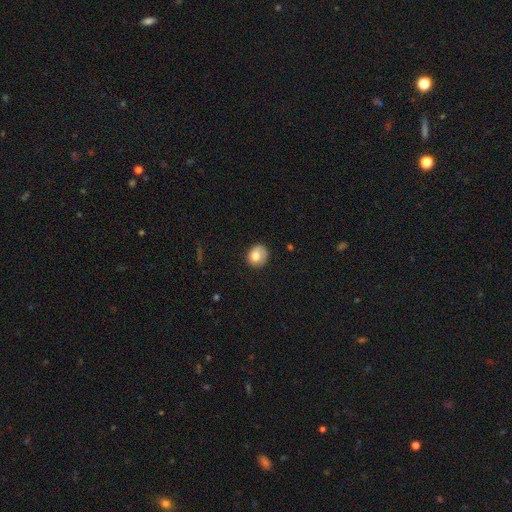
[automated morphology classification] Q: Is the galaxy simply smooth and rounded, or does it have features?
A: smooth — 79%.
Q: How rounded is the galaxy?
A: round — 72%.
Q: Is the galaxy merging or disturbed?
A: none — 70%.